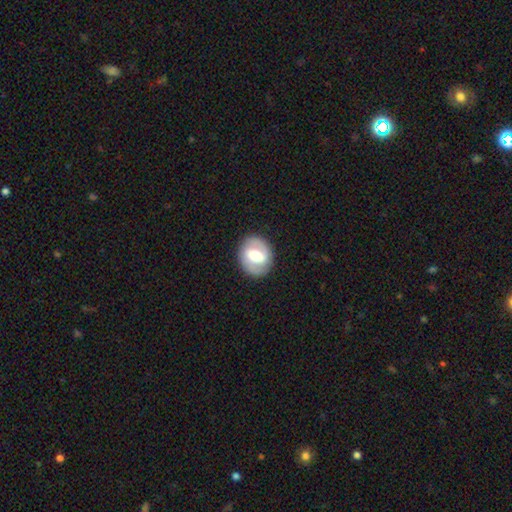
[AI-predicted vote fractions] Overall: featured or disk (56%; smooth 38%). Edge-on disk: no (95%). Bar: weak (41%; strong 39%). Spiral arms: yes (54%; no 46%). Bulge size: moderate (60%; large 27%). Merging: none (87%).